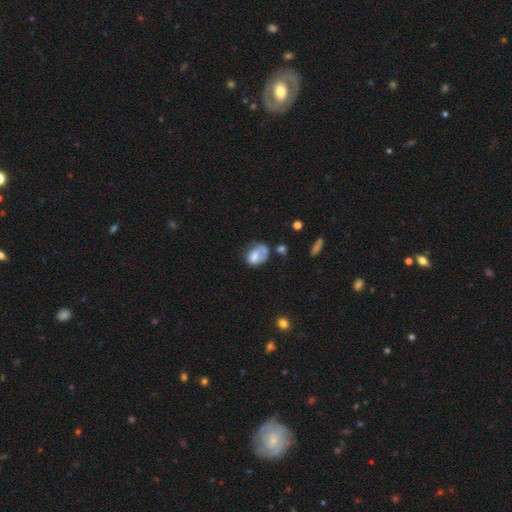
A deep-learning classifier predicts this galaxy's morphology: smooth-or-featured: smooth: 63% | featured or disk: 28% | star or artifact: 9%
  how-rounded: in between: 74% | round: 25% | cigar-shaped: 1%
  merging: none: 31% | minor disturbance: 26% | major disturbance: 24% | merger: 19%